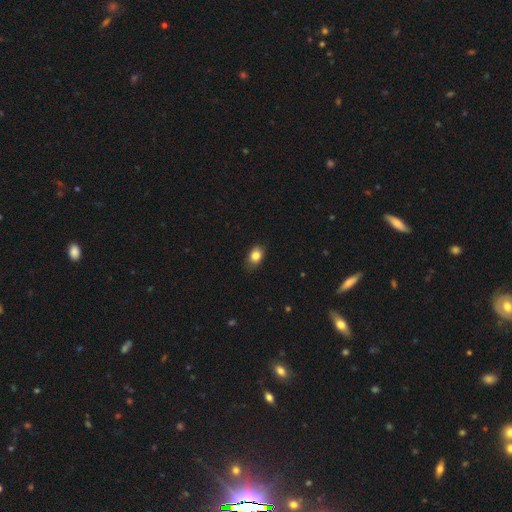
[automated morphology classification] A smooth galaxy with no disk features (83%) that is in between round and cigar-shaped (78%).

Vote fractions:
- Smooth or featured? smooth: 83% / star or artifact: 9% / featured or disk: 9%
- How rounded? in between: 78% / round: 20% / cigar-shaped: 2%
- Merging? none: 78% / minor disturbance: 18% / major disturbance: 3% / merger: 1%